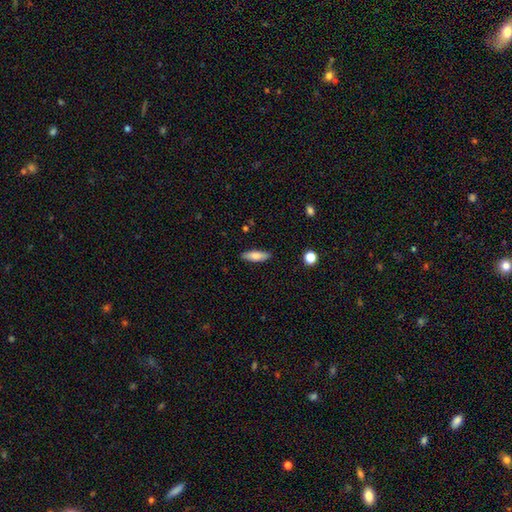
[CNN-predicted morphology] type=smooth (76%); roundness=in between (51%); merging=none (87%).